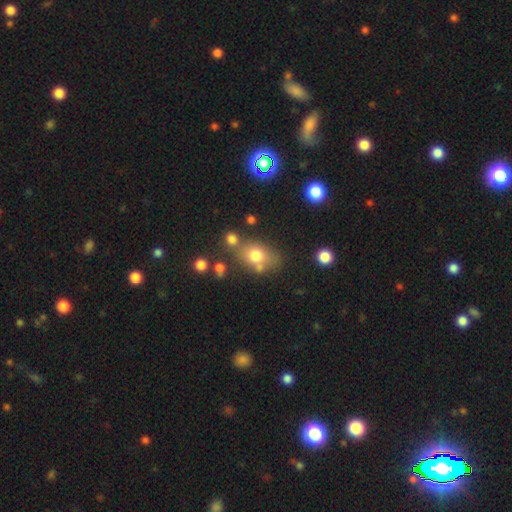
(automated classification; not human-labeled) smooth_or_featured: smooth (p=0.73) [alt: featured or disk p=0.15]
how_rounded: in between (p=0.65) [alt: round p=0.33]
merging: none (p=0.57) [alt: merger p=0.20]